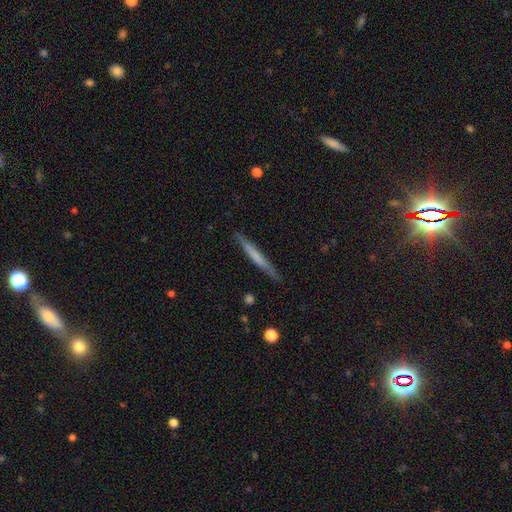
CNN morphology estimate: Q: Smooth or featured?
A: smooth (55%); runner-up: featured or disk (39%)
Q: How rounded?
A: cigar-shaped (96%); runner-up: in between (2%)
Q: Merging?
A: none (88%); runner-up: minor disturbance (9%)